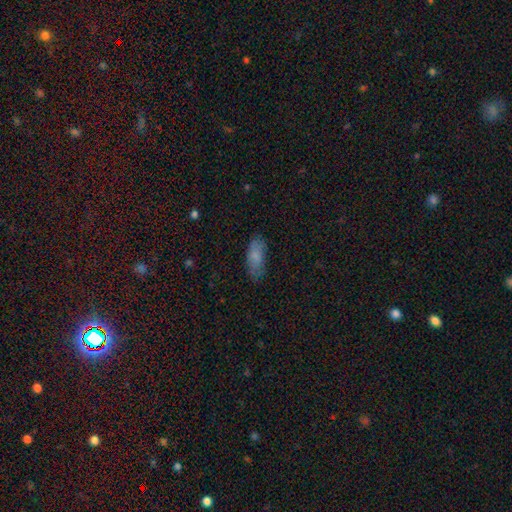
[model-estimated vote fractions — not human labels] smooth-or-featured: smooth: 79% | featured or disk: 14% | star or artifact: 7%
  how-rounded: in between: 77% | cigar-shaped: 21% | round: 2%
  merging: none: 72% | minor disturbance: 21% | major disturbance: 5% | merger: 1%